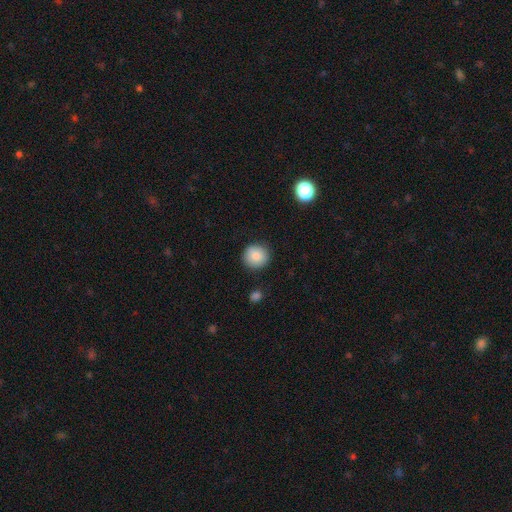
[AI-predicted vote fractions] smooth 86%, star or artifact 8%, featured or disk 6%. Down the decision tree: how rounded — round (92%); merging — none (89%).